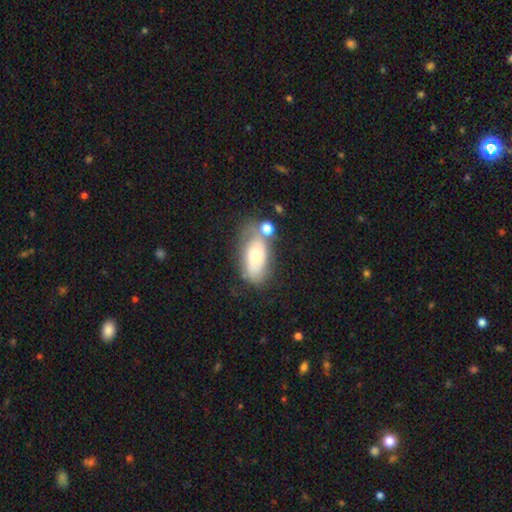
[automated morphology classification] A smooth galaxy with no disk features (53%) that is in between round and cigar-shaped (89%). Merging: none (49%).